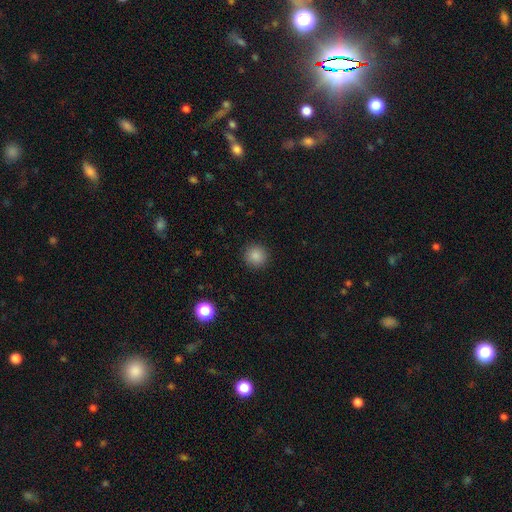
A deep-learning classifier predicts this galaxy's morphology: Overall: smooth (86%). How rounded: round (94%). Merging: none (92%).